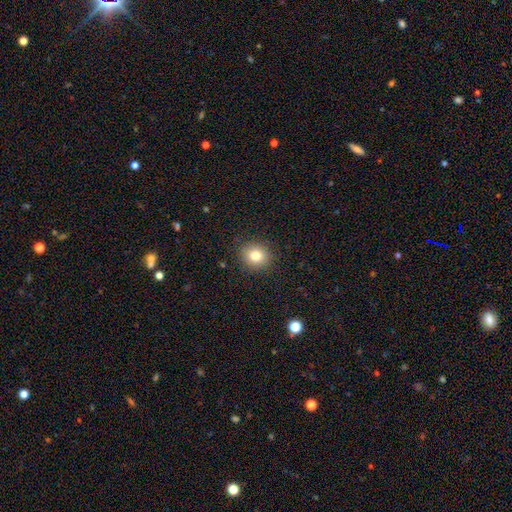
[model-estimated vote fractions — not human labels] This appears to be a smooth galaxy with no disk features (80%) that is round (81%). Merging: none (89%).